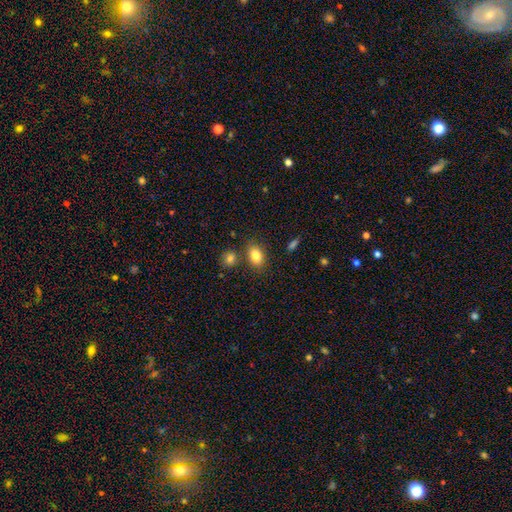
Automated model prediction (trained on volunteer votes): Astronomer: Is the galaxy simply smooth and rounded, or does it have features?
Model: smooth — 83%.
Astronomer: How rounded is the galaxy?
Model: in between — 81%.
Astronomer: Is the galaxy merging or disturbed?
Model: none — 76%.